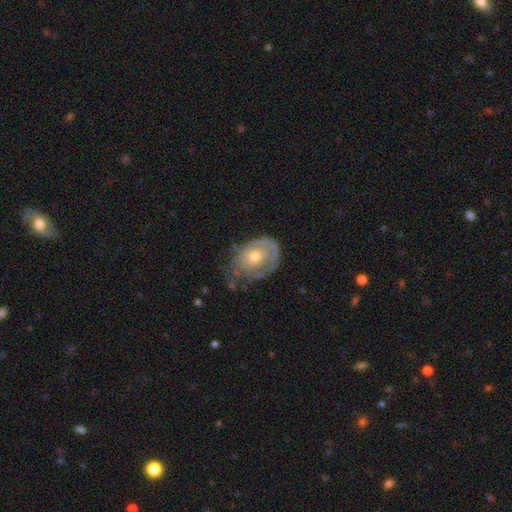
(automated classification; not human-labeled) Overall: featured or disk (64%; smooth 30%). Edge-on disk: no (96%). Bar: no (83%). Spiral arms: yes (63%; no 37%). Bulge size: moderate (63%; small 30%). Merging: none (46%; minor disturbance 32%).